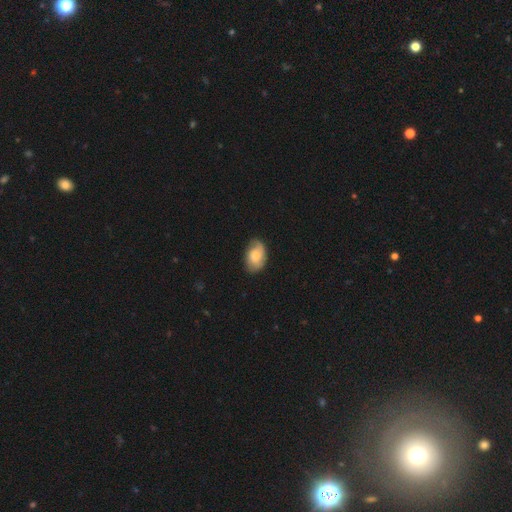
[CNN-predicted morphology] Q: Smooth or featured?
A: smooth (57%); runner-up: featured or disk (36%)
Q: How rounded?
A: in between (86%); runner-up: round (13%)
Q: Merging?
A: none (69%); runner-up: minor disturbance (23%)